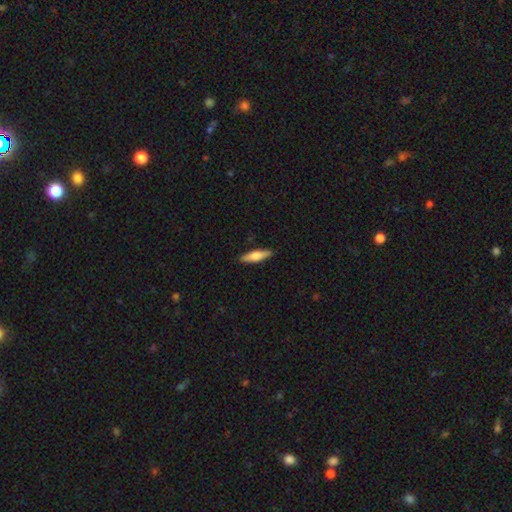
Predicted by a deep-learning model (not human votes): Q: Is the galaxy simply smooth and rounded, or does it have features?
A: smooth — 62%.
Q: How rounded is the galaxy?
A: cigar-shaped — 71%.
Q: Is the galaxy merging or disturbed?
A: none — 90%.